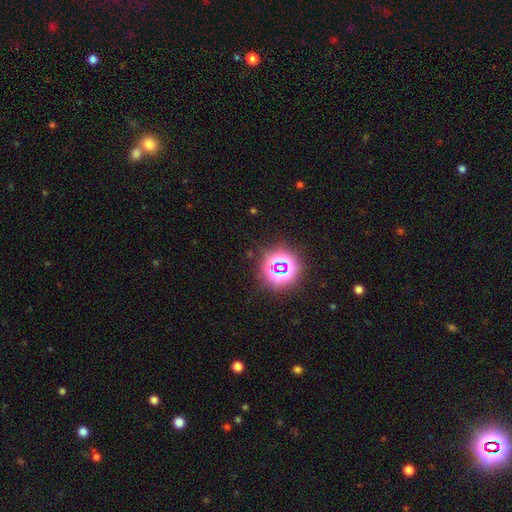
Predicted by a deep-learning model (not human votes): Morphology: type=star or artifact (78%).